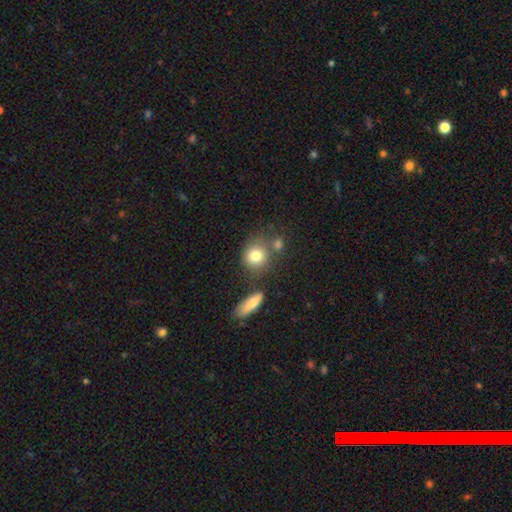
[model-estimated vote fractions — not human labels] Smooth or featured? Predicted: smooth (p=0.81). How rounded? Predicted: round (p=0.77). Merging? Predicted: none (p=0.63).